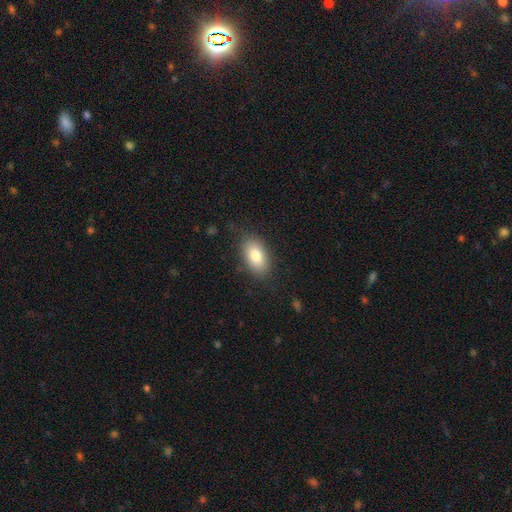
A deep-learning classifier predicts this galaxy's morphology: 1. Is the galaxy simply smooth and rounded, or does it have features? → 81% smooth, 11% featured or disk, 7% star or artifact.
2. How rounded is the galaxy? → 92% in between, 6% round, 2% cigar-shaped.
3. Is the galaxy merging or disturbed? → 81% none, 13% minor disturbance, 4% major disturbance, 1% merger.